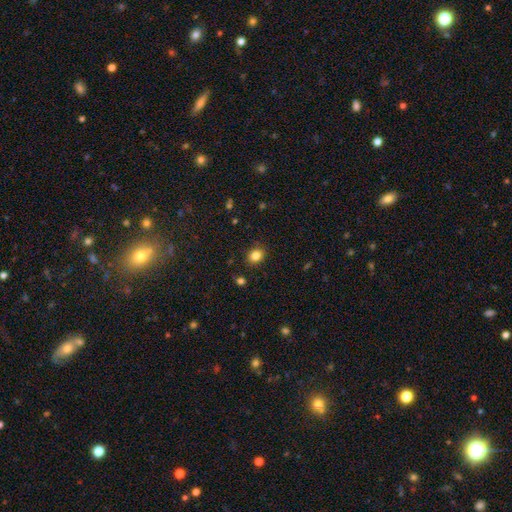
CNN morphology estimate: smooth 84%, star or artifact 11%, featured or disk 5%. Down the decision tree: how rounded — round (51%); merging — none (88%).